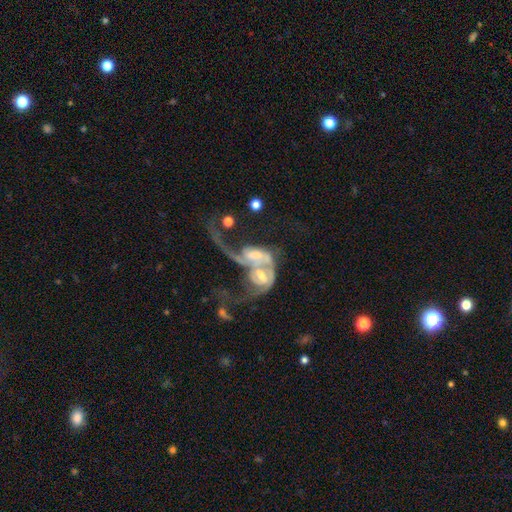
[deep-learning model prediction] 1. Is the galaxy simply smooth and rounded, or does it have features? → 75% featured or disk, 17% smooth, 7% star or artifact.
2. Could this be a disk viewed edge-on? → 95% no, 5% yes.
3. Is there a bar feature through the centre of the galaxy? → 48% no, 35% weak, 17% strong.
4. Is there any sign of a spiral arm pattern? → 82% yes, 18% no.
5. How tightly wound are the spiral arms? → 59% loose, 25% medium, 16% tight.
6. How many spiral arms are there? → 40% 1, 39% 2, 16% can't tell, 2% 3, 2% 4, 2% more than 4.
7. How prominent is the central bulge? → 46% moderate, 28% small, 12% large, 12% none, 3% dominant.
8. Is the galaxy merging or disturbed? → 75% merger, 16% major disturbance, 5% none, 4% minor disturbance.